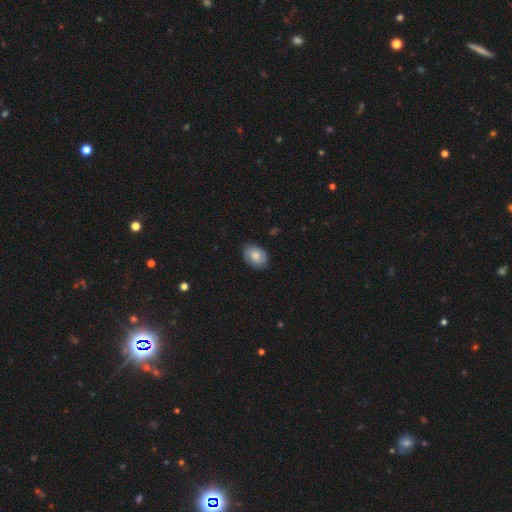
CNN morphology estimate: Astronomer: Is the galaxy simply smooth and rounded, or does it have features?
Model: smooth — 70%.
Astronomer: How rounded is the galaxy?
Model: in between — 75%.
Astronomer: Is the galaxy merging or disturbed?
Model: none — 80%.